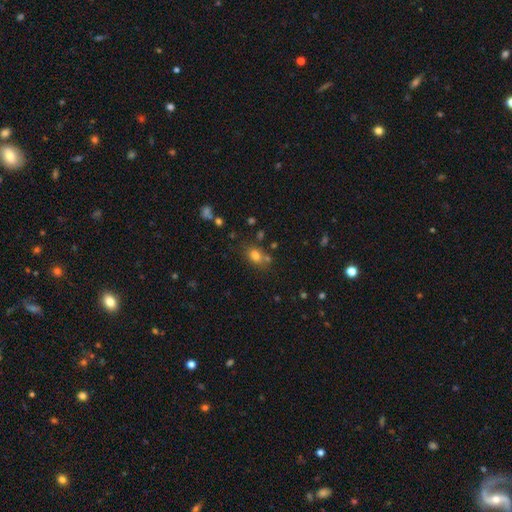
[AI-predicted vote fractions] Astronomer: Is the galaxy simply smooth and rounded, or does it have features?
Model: smooth — 75%.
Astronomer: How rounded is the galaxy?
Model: in between — 66%.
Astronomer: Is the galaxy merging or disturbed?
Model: none — 65%.